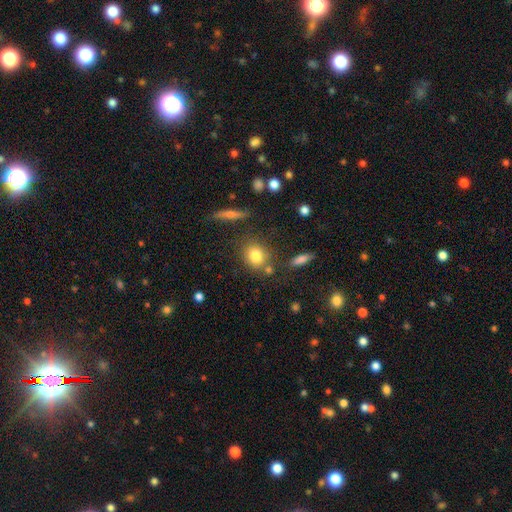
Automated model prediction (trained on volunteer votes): This appears to be a smooth galaxy with no disk features (79%) that is round (68%). Merging: none (73%).